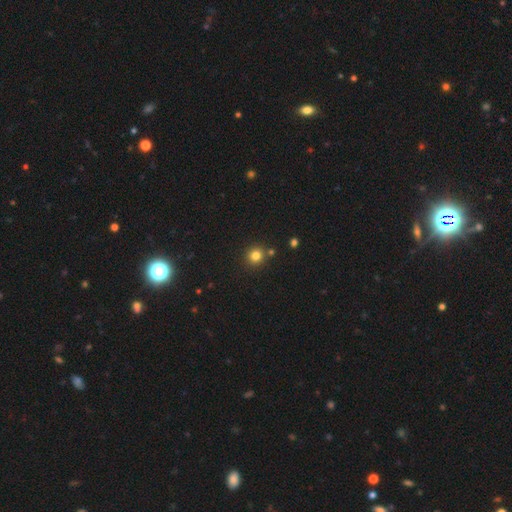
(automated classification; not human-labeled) A smooth galaxy with no disk features (81%) that is round (91%).

Vote fractions:
- Smooth or featured? smooth: 81% / star or artifact: 14% / featured or disk: 5%
- How rounded? round: 91% / in between: 8% / cigar-shaped: 1%
- Merging? none: 83% / merger: 8% / minor disturbance: 7% / major disturbance: 2%